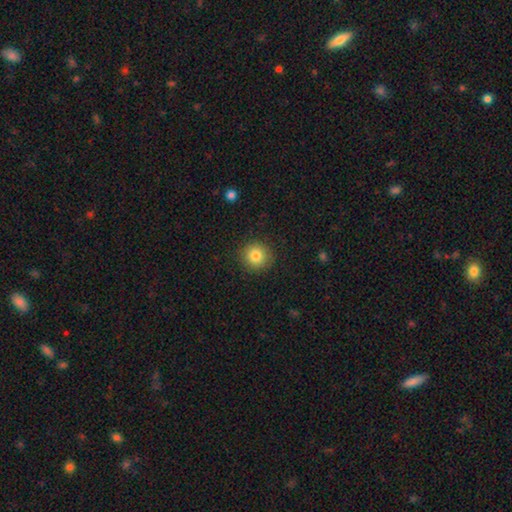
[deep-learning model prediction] Smooth or featured: smooth — 83% (star or artifact — 10%)
How rounded: round — 93% (in between — 6%)
Merging: none — 90% (minor disturbance — 6%)